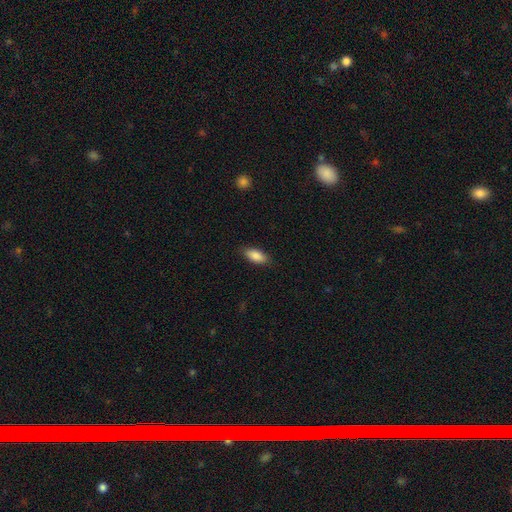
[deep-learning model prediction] Smooth or featured? smooth (87%)
How rounded? in between (86%)
Merging? none (86%)